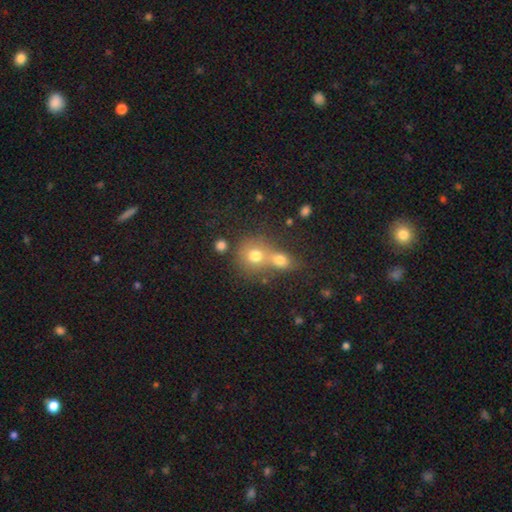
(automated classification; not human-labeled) Smooth or featured? Predicted: smooth (p=0.73). How rounded? Predicted: round (p=0.80). Merging? Predicted: merger (p=0.56).